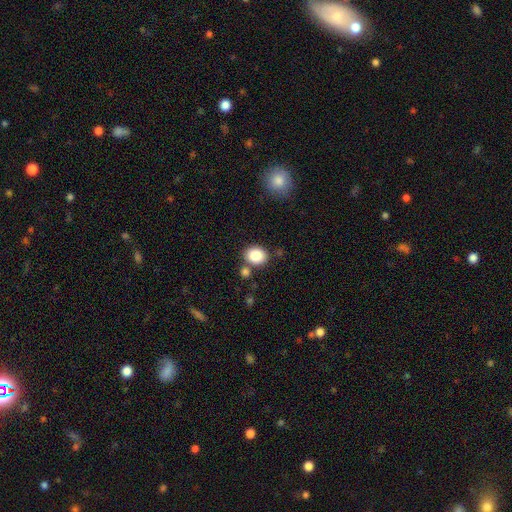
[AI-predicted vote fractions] Smooth or featured? smooth (87%)
How rounded? round (60%)
Merging? none (72%)